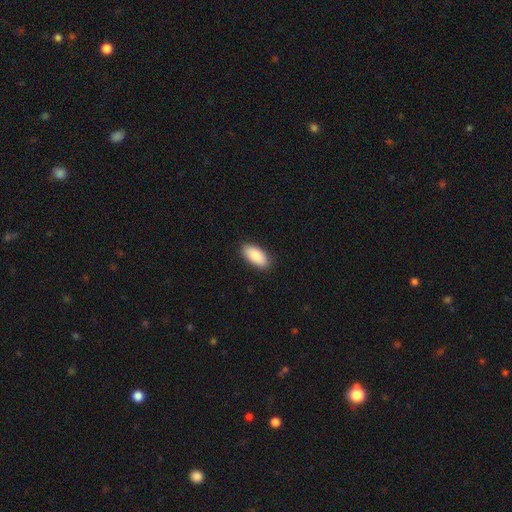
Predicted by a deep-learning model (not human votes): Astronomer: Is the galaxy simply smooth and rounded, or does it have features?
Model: smooth — 88%.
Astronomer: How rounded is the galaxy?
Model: in between — 91%.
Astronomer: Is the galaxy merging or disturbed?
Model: none — 89%.